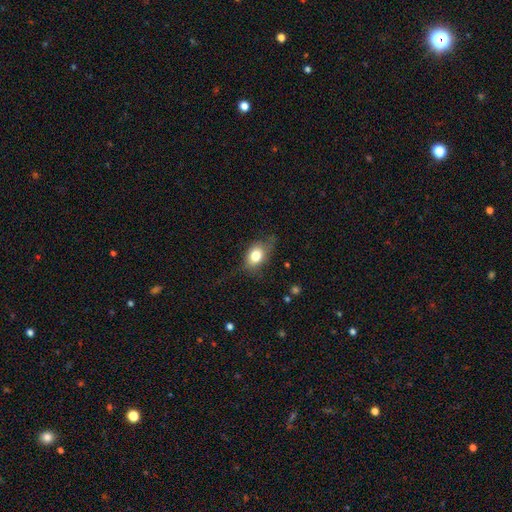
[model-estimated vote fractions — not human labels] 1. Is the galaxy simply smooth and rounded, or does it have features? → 77% smooth, 14% featured or disk, 9% star or artifact.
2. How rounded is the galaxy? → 75% in between, 23% round, 2% cigar-shaped.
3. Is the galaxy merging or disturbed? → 60% none, 28% minor disturbance, 11% major disturbance, 2% merger.